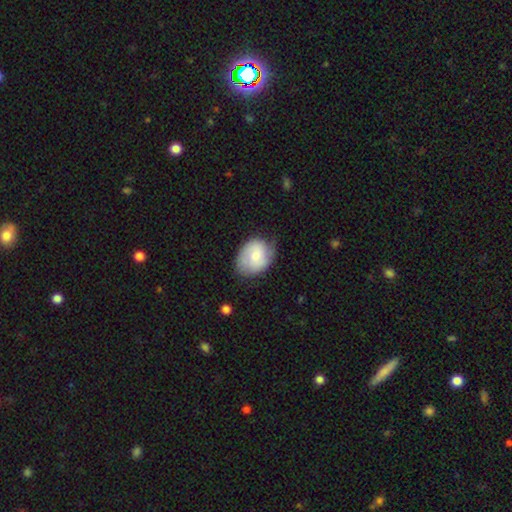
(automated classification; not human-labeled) smooth 61%, featured or disk 32%, star or artifact 6%. Down the decision tree: how rounded — in between (62%); merging — none (59%).